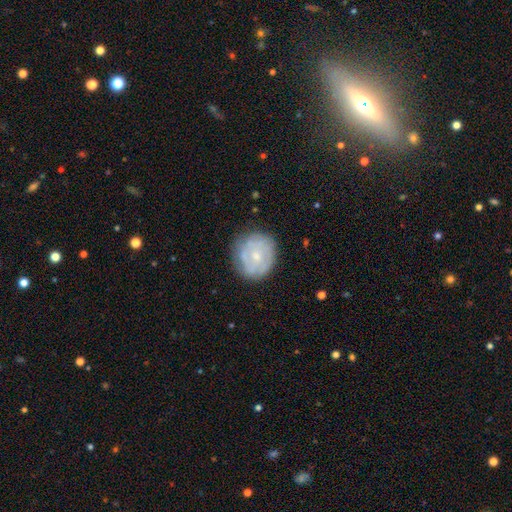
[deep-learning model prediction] smooth_or_featured: featured or disk (p=0.55) [alt: smooth p=0.38]
disk_edge_on: no (p=0.97) [alt: yes p=0.03]
bar: no (p=0.77) [alt: weak p=0.20]
has_spiral_arms: yes (p=0.63) [alt: no p=0.37]
bulge_size: small (p=0.61) [alt: moderate p=0.33]
merging: none (p=0.77) [alt: minor disturbance p=0.17]